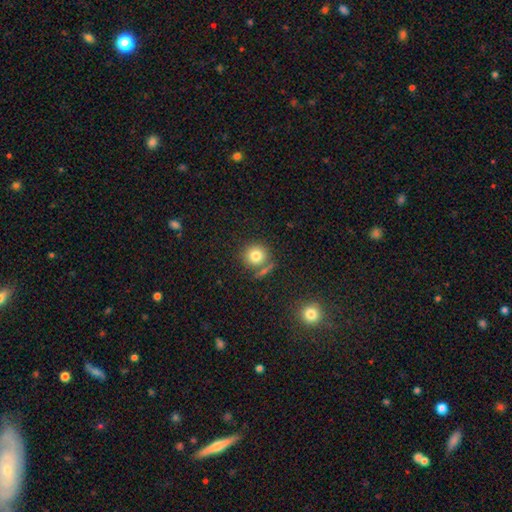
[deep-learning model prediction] A smooth galaxy with no disk features (80%) that is round (91%). Merging: none (69%).